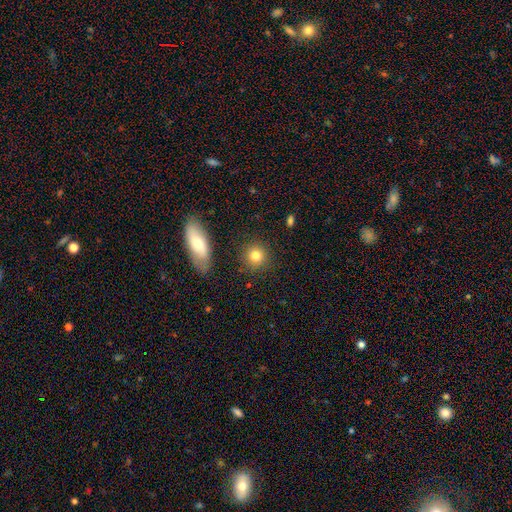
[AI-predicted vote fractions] smooth_or_featured: smooth (p=0.82) [alt: star or artifact p=0.10]
how_rounded: round (p=0.88) [alt: in between p=0.10]
merging: none (p=0.88) [alt: minor disturbance p=0.07]